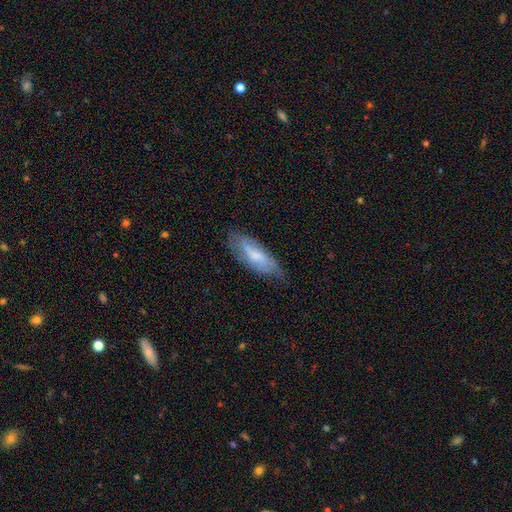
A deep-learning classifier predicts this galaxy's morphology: Overall: smooth (48%; featured or disk 45%). Merging: none (61%; minor disturbance 30%).